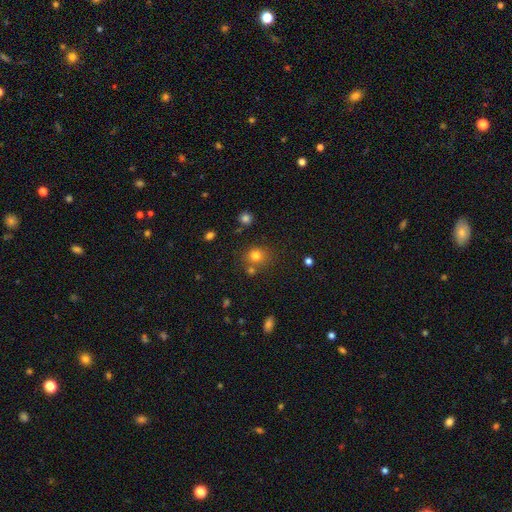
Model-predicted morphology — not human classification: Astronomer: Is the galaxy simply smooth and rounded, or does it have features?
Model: smooth — 77%.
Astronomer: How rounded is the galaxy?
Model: round — 81%.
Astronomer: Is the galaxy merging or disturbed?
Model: none — 69%.